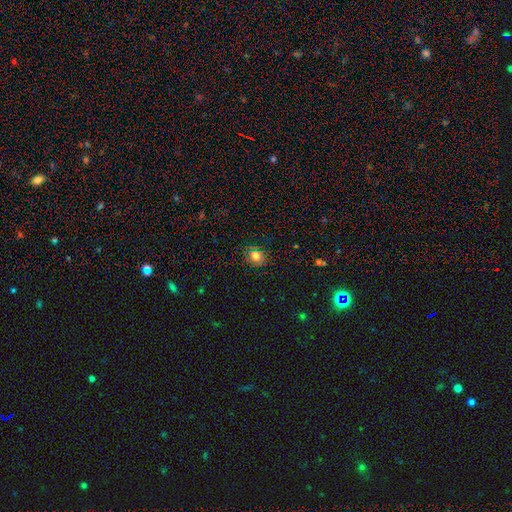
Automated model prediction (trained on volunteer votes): This is likely a smooth galaxy (74%). How rounded: likely round (75%). Merging: clearly none (85%).